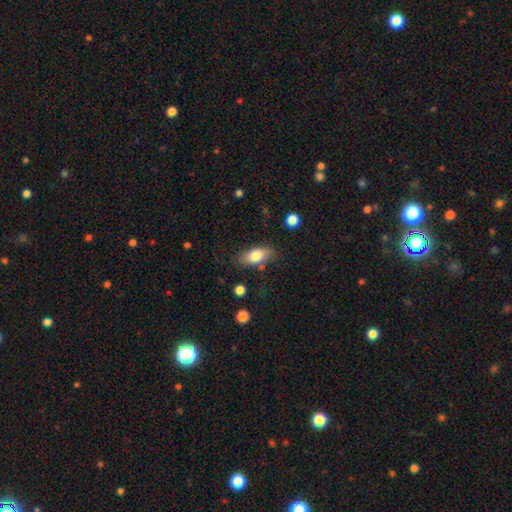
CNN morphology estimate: Smooth or featured? Predicted: smooth (p=0.79). How rounded? Predicted: in between (p=0.86). Merging? Predicted: none (p=0.74).